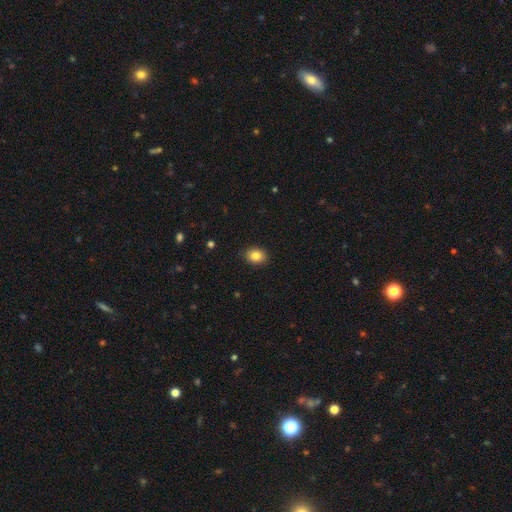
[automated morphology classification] A smooth galaxy with no disk features (84%) that is in between round and cigar-shaped (60%). Merging: none (90%).